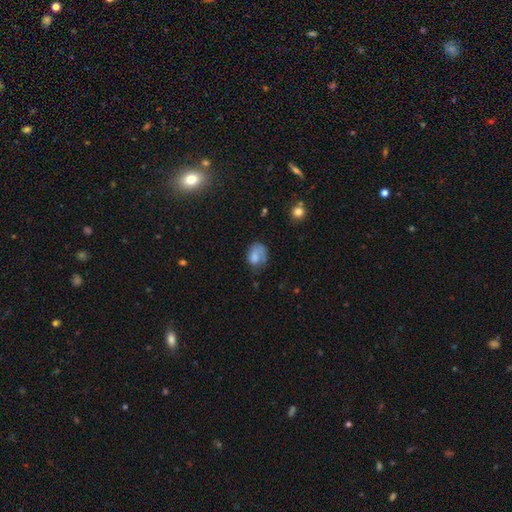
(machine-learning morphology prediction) smooth 61%, featured or disk 29%, star or artifact 10%. Down the decision tree: how rounded — in between (61%); merging — none (41%).